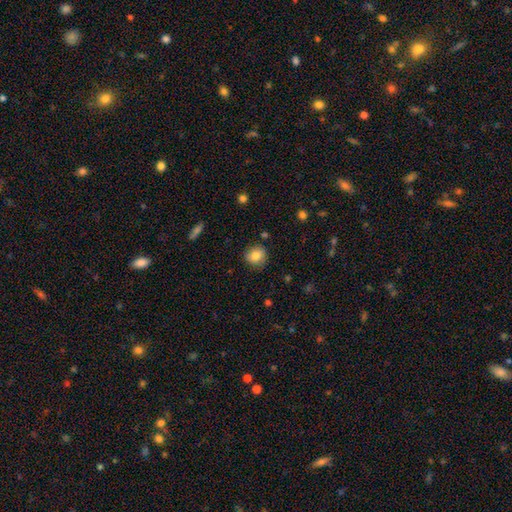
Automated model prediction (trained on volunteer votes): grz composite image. It shows a smooth galaxy with no disk features (82%) that is round (82%). Merging: none (81%).